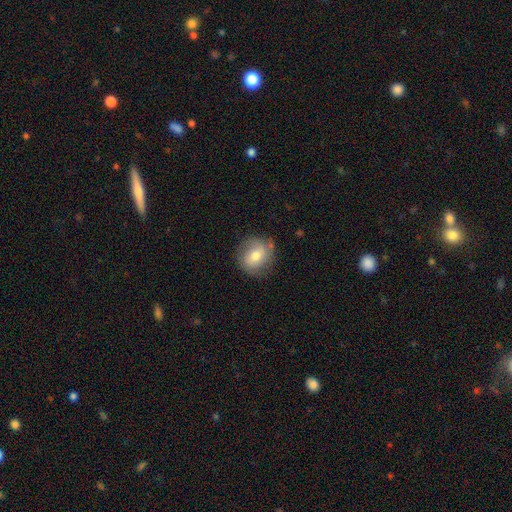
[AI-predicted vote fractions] Q: Smooth or featured?
A: smooth (64%); runner-up: featured or disk (28%)
Q: How rounded?
A: round (81%); runner-up: in between (18%)
Q: Merging?
A: none (76%); runner-up: minor disturbance (17%)